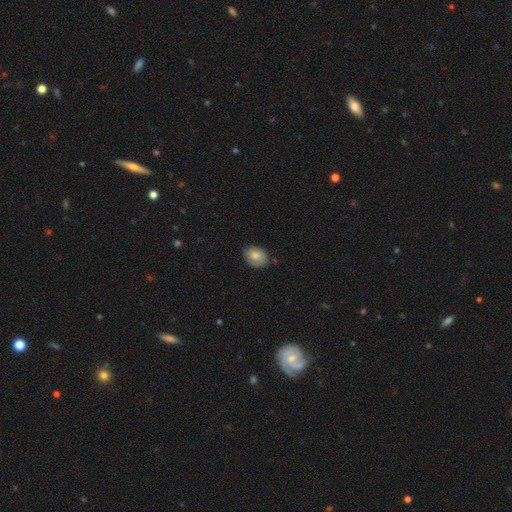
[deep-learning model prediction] The model was most divided on "how rounded": in between: 68%, round: 31%, cigar-shaped: 1%. More confident: smooth or featured — smooth (77%); merging — none (75%).